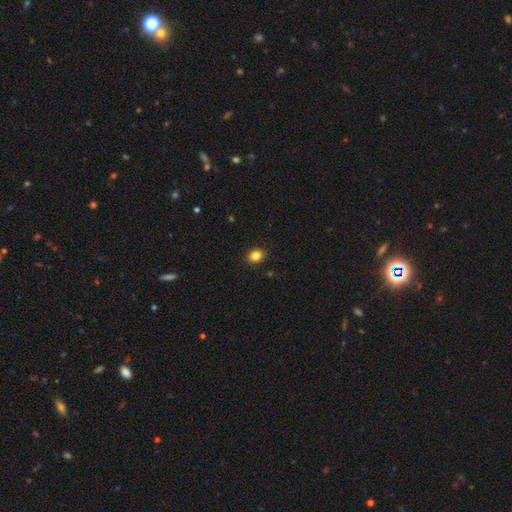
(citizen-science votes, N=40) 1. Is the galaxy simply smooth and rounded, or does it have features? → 72% smooth, 18% featured or disk, 10% star or artifact.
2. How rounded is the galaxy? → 52% in between, 48% round, 0% cigar-shaped.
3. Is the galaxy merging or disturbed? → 92% none, 6% major disturbance, 3% minor disturbance, 0% merger.